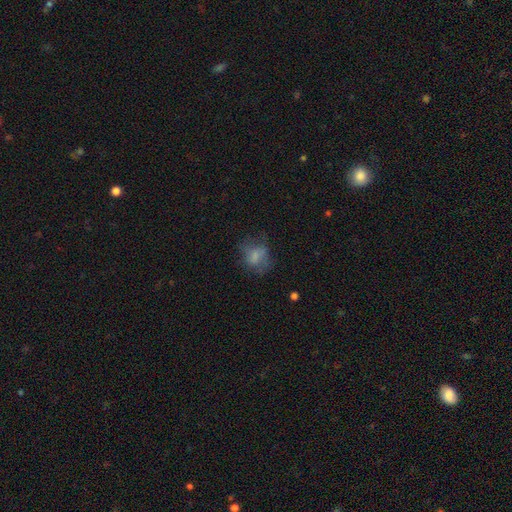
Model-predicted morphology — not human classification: Q: Smooth or featured?
A: smooth (64%); runner-up: featured or disk (24%)
Q: How rounded?
A: round (52%); runner-up: in between (47%)
Q: Merging?
A: none (49%); runner-up: major disturbance (25%)